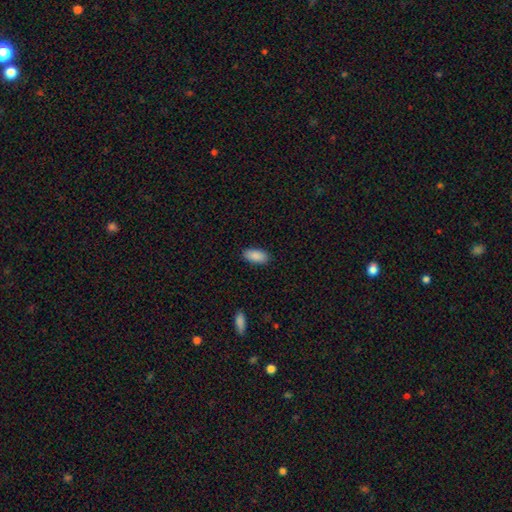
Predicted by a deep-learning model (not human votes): The model was most divided on "merging": none: 88%, minor disturbance: 9%, major disturbance: 2%, merger: 1%. More confident: how rounded — in between (91%); smooth or featured — smooth (90%).